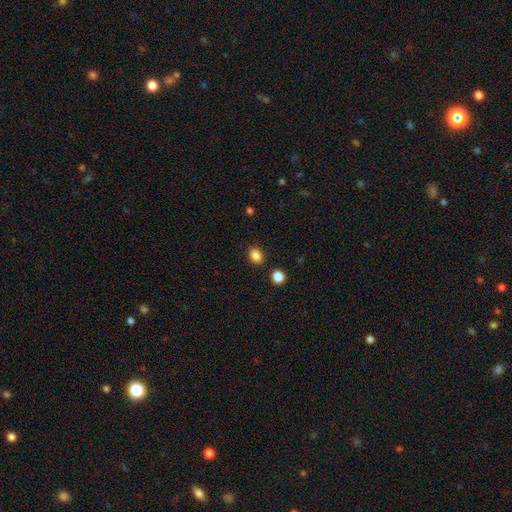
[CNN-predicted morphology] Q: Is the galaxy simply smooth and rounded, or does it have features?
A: smooth — 85%.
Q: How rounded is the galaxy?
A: in between — 60%.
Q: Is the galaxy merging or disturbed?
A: none — 86%.